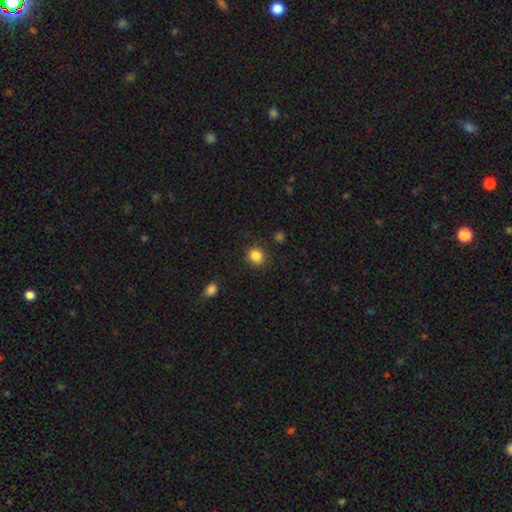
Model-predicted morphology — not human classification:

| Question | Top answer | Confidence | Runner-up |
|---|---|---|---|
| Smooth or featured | smooth | 85% | star or artifact (10%) |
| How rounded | round | 71% | in between (29%) |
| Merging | none | 84% | minor disturbance (11%) |